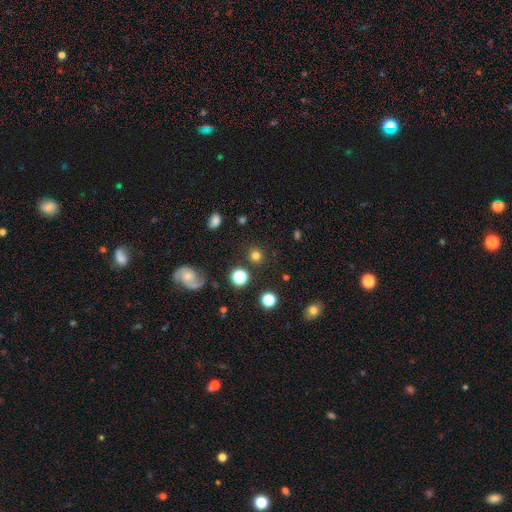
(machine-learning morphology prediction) Smooth or featured? smooth (75%)
How rounded? round (92%)
Merging? none (88%)